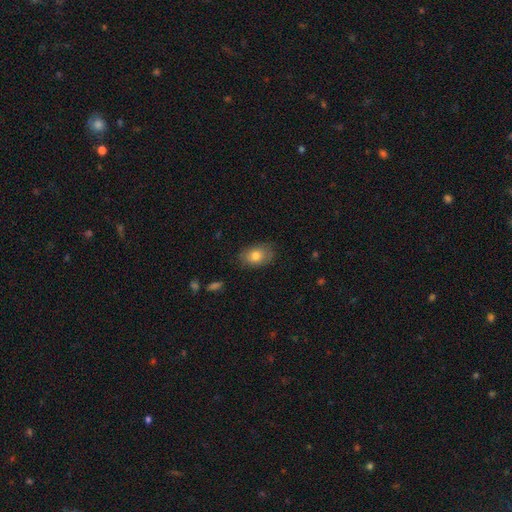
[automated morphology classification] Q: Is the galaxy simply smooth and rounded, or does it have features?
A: smooth — 78%.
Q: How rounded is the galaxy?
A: in between — 82%.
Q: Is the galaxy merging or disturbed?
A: none — 79%.